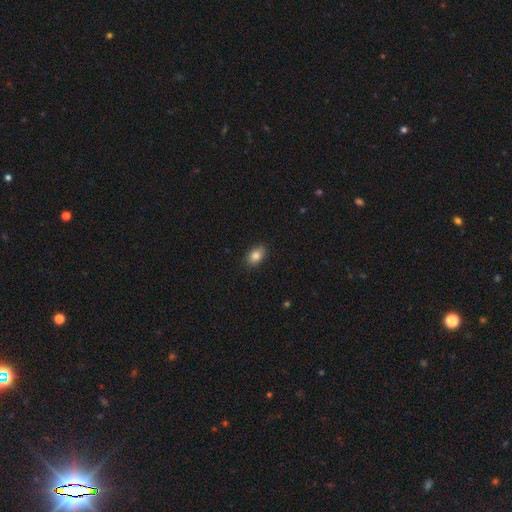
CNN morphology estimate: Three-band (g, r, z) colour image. It shows a smooth galaxy with no disk features (85%) that is in between round and cigar-shaped (84%). Merging: none (88%).